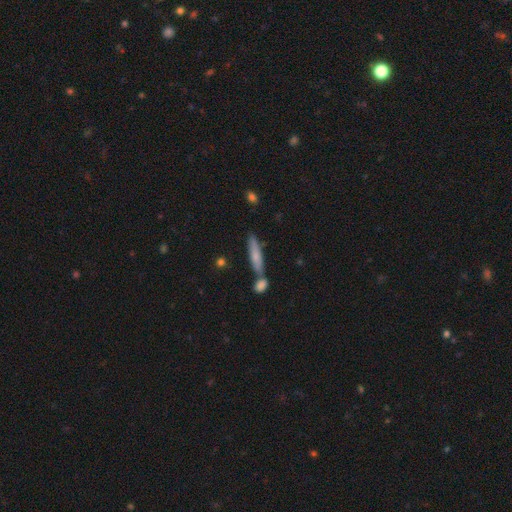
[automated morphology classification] The model was most divided on "smooth or featured": smooth: 69%, featured or disk: 24%, star or artifact: 7%. More confident: how rounded — cigar-shaped (84%); merging — none (65%).